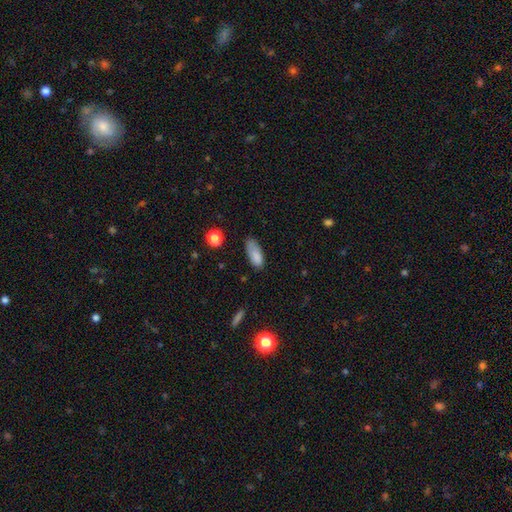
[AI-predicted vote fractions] This appears to be a smooth galaxy with no disk features (84%) that is in between round and cigar-shaped (80%). Merging: none (60%).